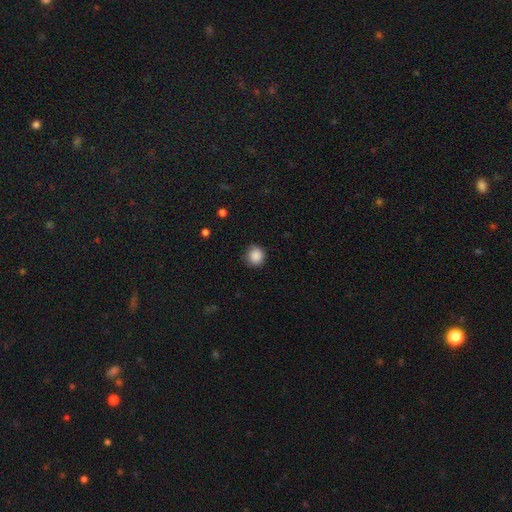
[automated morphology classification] smooth 88%, star or artifact 9%, featured or disk 3%. Down the decision tree: how rounded — round (91%); merging — none (82%).